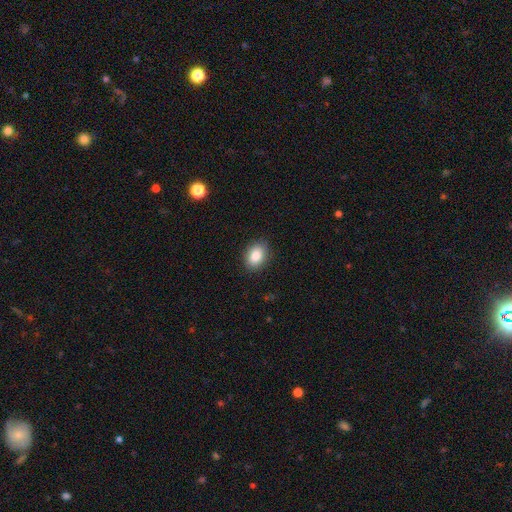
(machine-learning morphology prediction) smooth_or_featured: smooth (p=0.86) [alt: star or artifact p=0.08]
how_rounded: in between (p=0.76) [alt: round p=0.23]
merging: none (p=0.88) [alt: minor disturbance p=0.09]